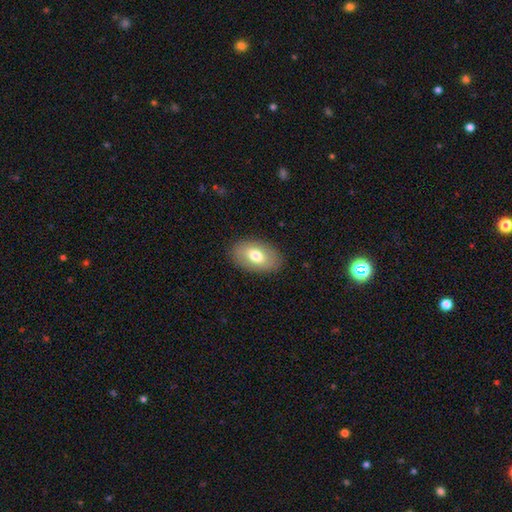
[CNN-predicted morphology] The model was most divided on "smooth or featured": smooth: 69%, featured or disk: 24%, star or artifact: 7%. More confident: how rounded — in between (91%); merging — none (86%).